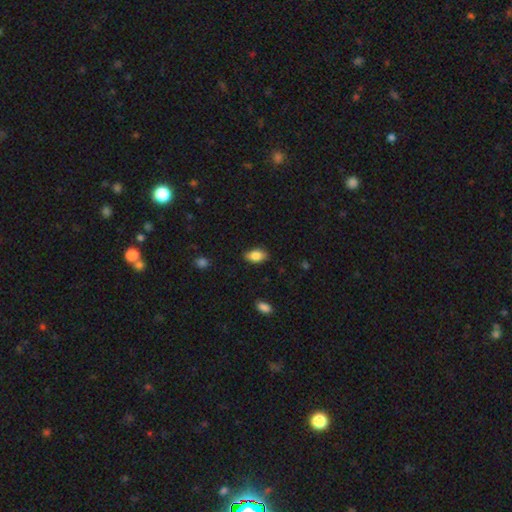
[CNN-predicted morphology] This is clearly a smooth galaxy (83%). How rounded: clearly in between (91%). Merging: clearly none (86%).